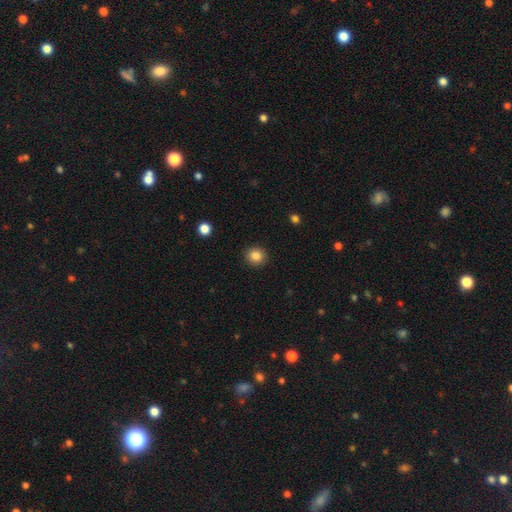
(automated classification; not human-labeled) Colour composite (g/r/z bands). It shows a smooth galaxy with no disk features (85%) that is round (90%). Merging: none (92%).